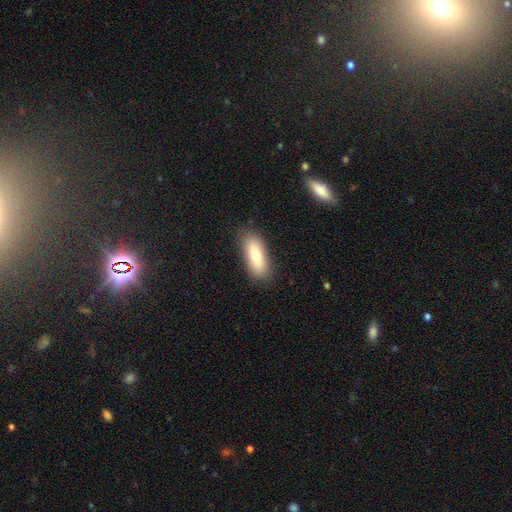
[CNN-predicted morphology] This is likely a smooth galaxy (78%). How rounded: likely in between (70%). Merging: clearly none (84%).